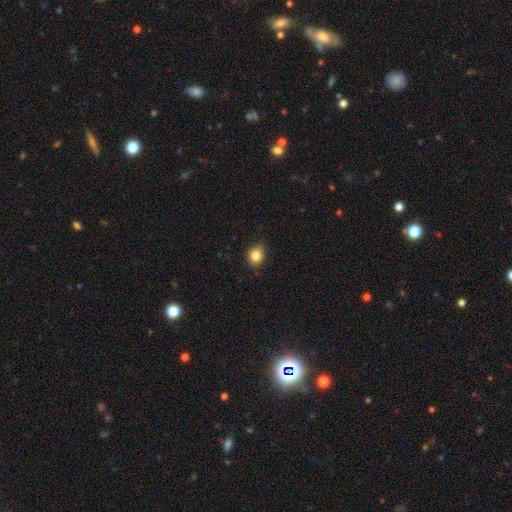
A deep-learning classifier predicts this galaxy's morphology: Smooth or featured: smooth — 83% (star or artifact — 10%)
How rounded: round — 62% (in between — 37%)
Merging: none — 84% (minor disturbance — 12%)